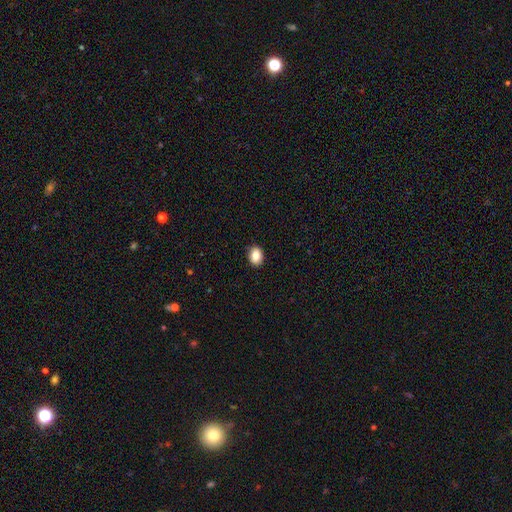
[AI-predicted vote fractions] smooth 86%, star or artifact 8%, featured or disk 6%. Down the decision tree: how rounded — in between (67%); merging — none (90%).